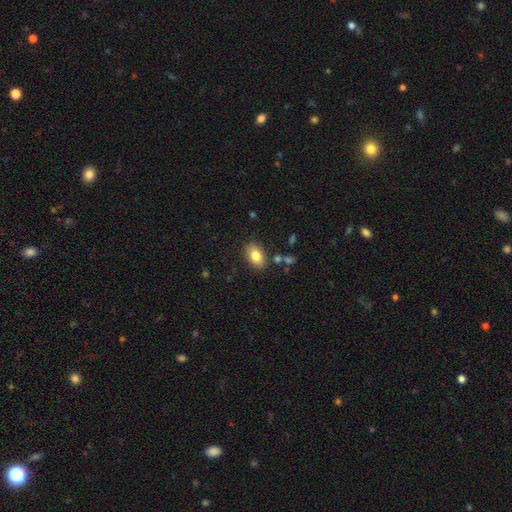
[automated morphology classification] A smooth galaxy with no disk features (80%) that is in between round and cigar-shaped (89%). Merging: none (83%).